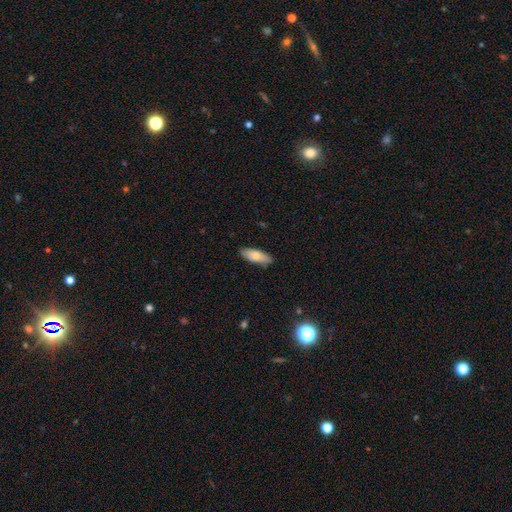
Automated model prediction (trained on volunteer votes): Q: Smooth or featured?
A: smooth (78%); runner-up: featured or disk (16%)
Q: How rounded?
A: in between (66%); runner-up: cigar-shaped (32%)
Q: Merging?
A: none (86%); runner-up: minor disturbance (11%)